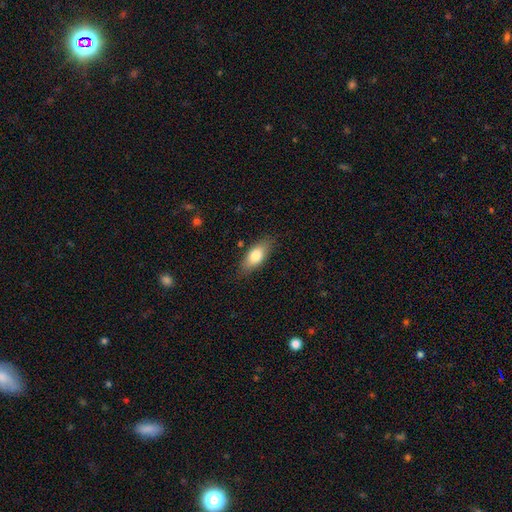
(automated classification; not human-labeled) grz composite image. It shows a smooth galaxy with no disk features (77%) that is in between round and cigar-shaped (81%). Merging: none (82%).